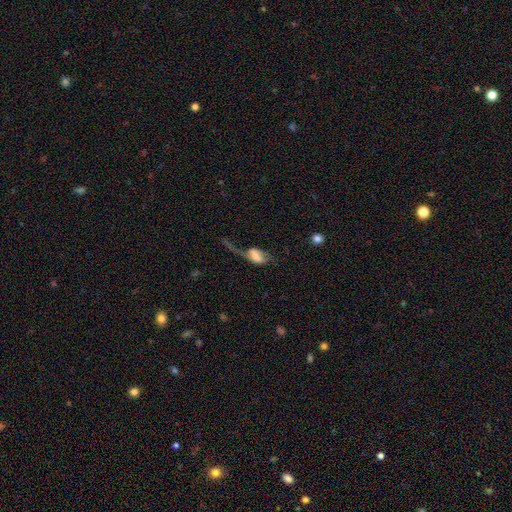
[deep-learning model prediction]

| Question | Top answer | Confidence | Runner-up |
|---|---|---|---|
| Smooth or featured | featured or disk | 51% | smooth (40%) |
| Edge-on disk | no | 92% | yes (8%) |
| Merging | major disturbance | 54% | none (22%) |